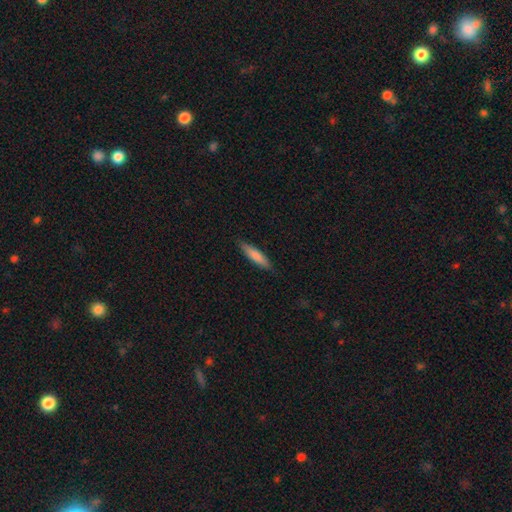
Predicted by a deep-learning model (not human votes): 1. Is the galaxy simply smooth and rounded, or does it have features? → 78% smooth, 16% featured or disk, 5% star or artifact.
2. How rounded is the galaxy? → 80% cigar-shaped, 19% in between, 1% round.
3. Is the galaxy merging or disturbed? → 87% none, 10% minor disturbance, 2% major disturbance, 1% merger.